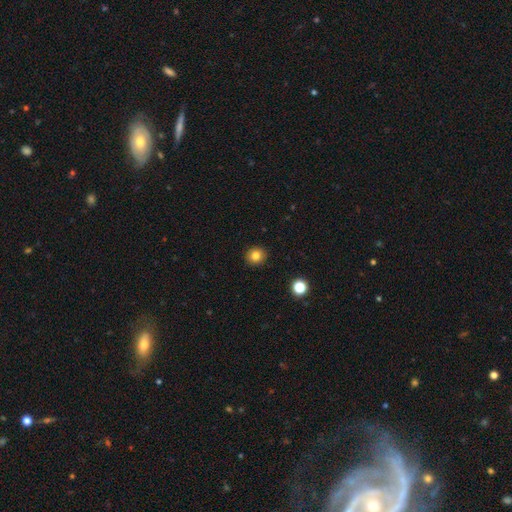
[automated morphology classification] The model was most divided on "smooth or featured": smooth: 82%, star or artifact: 12%, featured or disk: 7%. More confident: merging — none (93%); how rounded — round (90%).